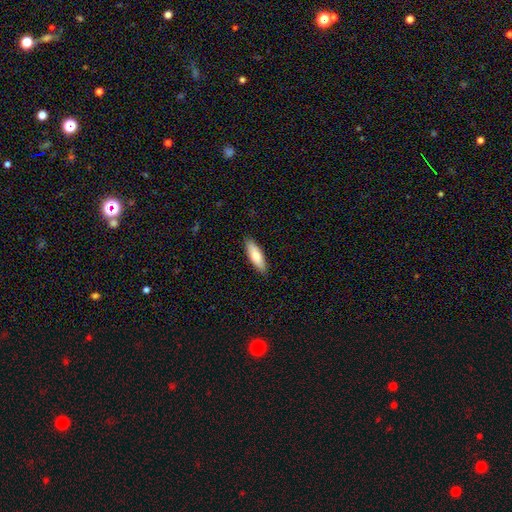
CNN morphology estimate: Smooth or featured? Predicted: smooth (p=0.74). How rounded? Predicted: in between (p=0.52). Merging? Predicted: none (p=0.90).